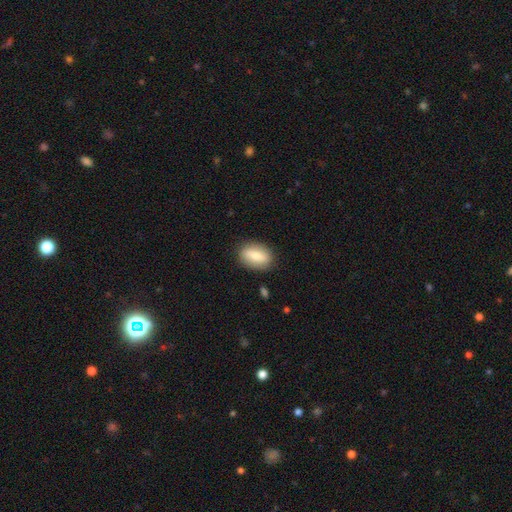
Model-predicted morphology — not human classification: Q: Smooth or featured?
A: smooth (70%); runner-up: featured or disk (23%)
Q: How rounded?
A: in between (83%); runner-up: round (12%)
Q: Merging?
A: none (85%); runner-up: minor disturbance (11%)